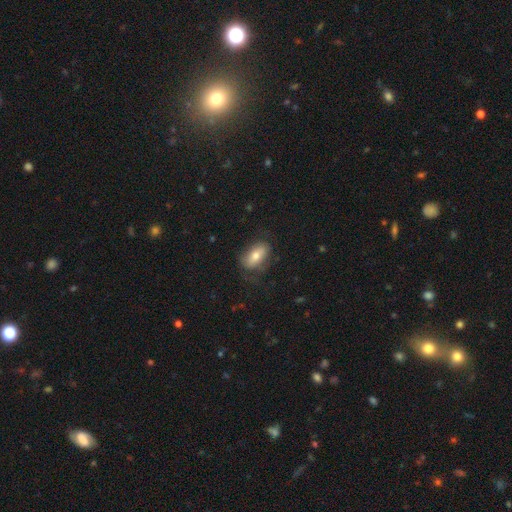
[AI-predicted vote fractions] Smooth or featured?
  - smooth: 68% *
  - featured or disk: 24%
  - star or artifact: 8%
How rounded?
  - in between: 89% *
  - round: 6%
  - cigar-shaped: 5%
Merging?
  - none: 69% *
  - minor disturbance: 20%
  - major disturbance: 9%
  - merger: 1%